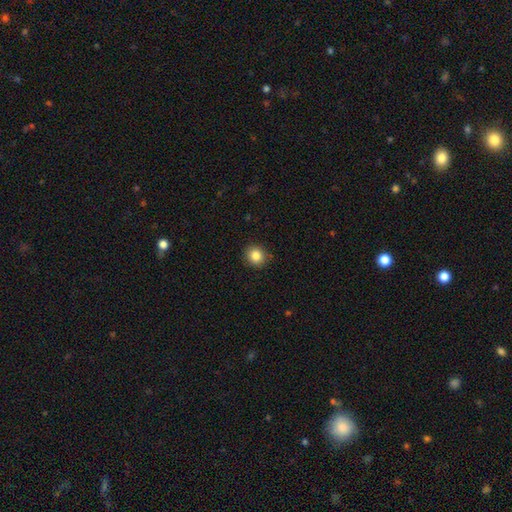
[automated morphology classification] smooth_or_featured: smooth (p=0.85) [alt: star or artifact p=0.10]
how_rounded: round (p=0.88) [alt: in between p=0.11]
merging: none (p=0.89) [alt: minor disturbance p=0.08]